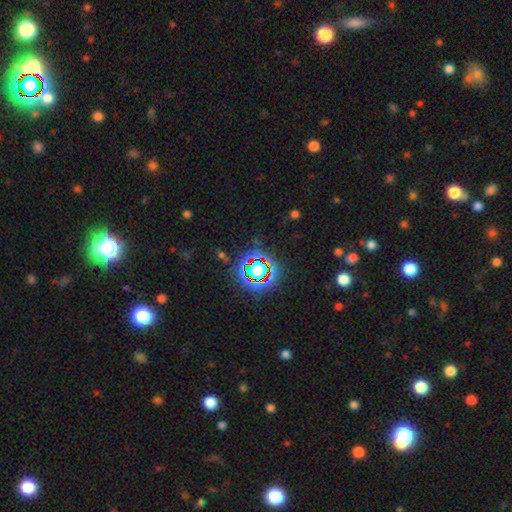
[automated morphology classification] star or artifact 78%, smooth 13%, featured or disk 9%.